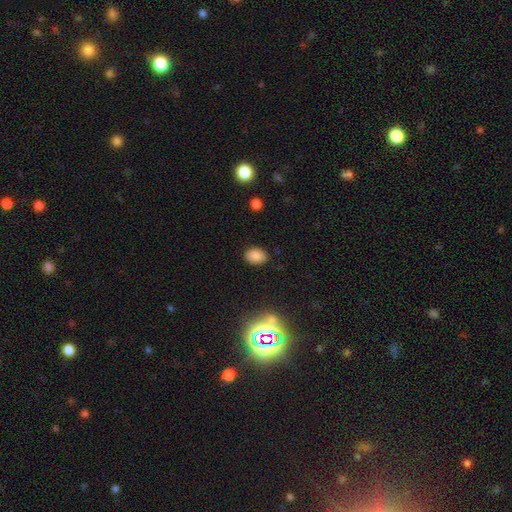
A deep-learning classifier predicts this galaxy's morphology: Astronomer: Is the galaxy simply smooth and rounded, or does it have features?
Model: smooth — 83%.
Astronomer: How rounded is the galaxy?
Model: in between — 79%.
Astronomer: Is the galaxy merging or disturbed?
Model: none — 85%.